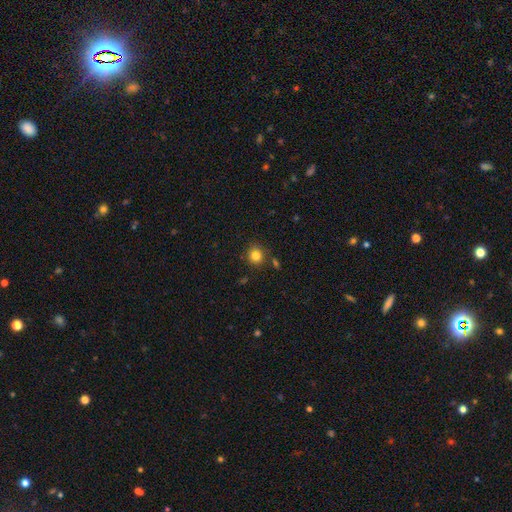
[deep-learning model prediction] smooth-or-featured: smooth: 83% | star or artifact: 12% | featured or disk: 5%
  how-rounded: round: 88% | in between: 11% | cigar-shaped: 1%
  merging: none: 83% | minor disturbance: 9% | merger: 5% | major disturbance: 3%